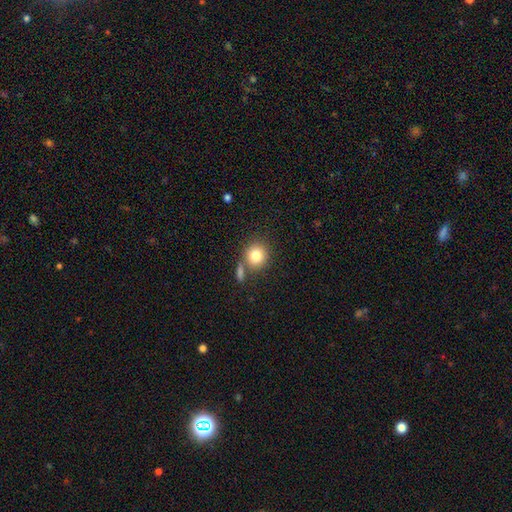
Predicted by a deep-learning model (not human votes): Smooth or featured? Predicted: smooth (p=0.82). How rounded? Predicted: round (p=0.85). Merging? Predicted: none (p=0.65).